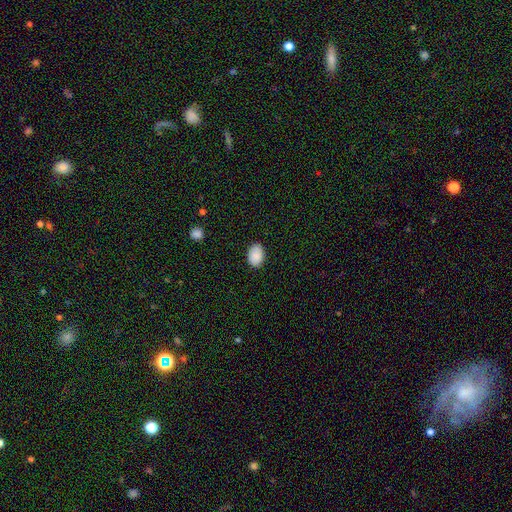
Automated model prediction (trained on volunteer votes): Morphology: type=smooth (89%); roundness=in between (82%); merging=none (83%).